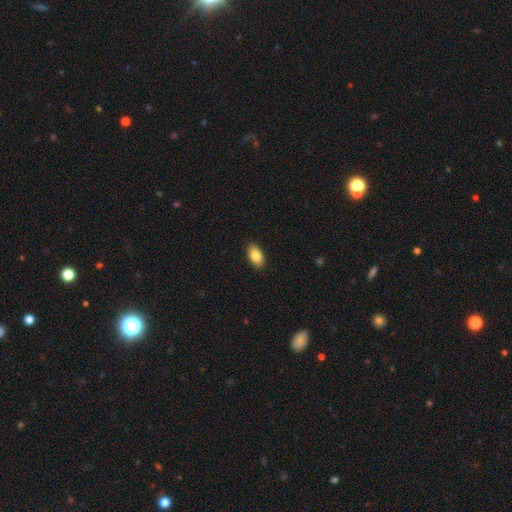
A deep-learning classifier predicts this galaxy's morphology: Smooth or featured: smooth — 85% (featured or disk — 8%)
How rounded: in between — 93% (round — 4%)
Merging: none — 89% (minor disturbance — 8%)